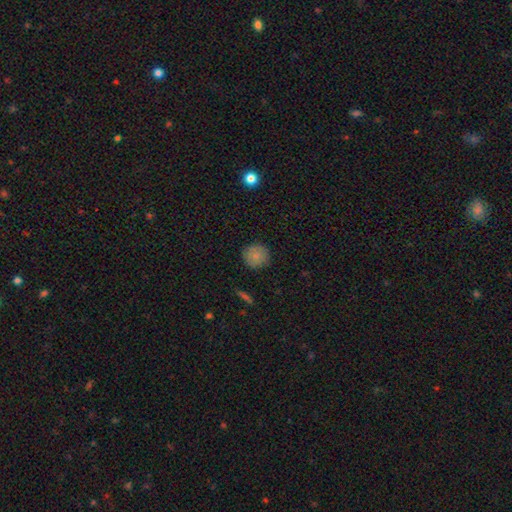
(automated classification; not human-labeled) smooth 84%, star or artifact 9%, featured or disk 7%. Down the decision tree: how rounded — round (93%); merging — none (88%).